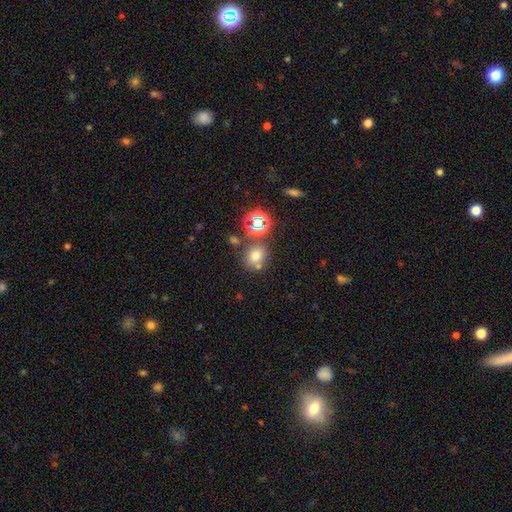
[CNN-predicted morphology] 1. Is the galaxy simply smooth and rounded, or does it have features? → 66% smooth, 23% star or artifact, 10% featured or disk.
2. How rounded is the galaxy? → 71% round, 27% in between, 1% cigar-shaped.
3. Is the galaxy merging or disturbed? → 65% none, 19% merger, 12% minor disturbance, 5% major disturbance.